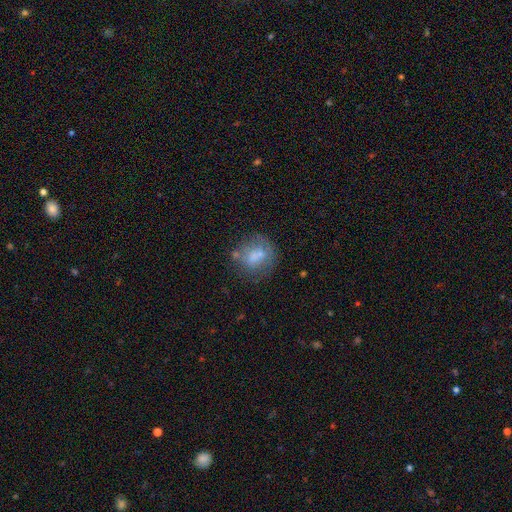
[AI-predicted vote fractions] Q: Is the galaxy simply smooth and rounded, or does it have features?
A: smooth — 60%.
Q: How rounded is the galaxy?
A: round — 78%.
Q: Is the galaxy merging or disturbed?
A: none — 53%.